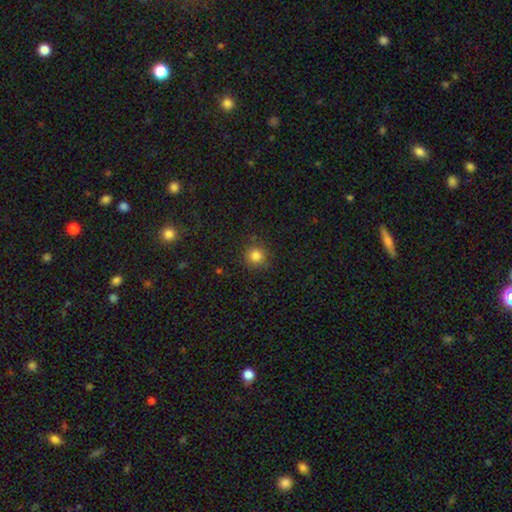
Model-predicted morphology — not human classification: This appears to be a smooth galaxy with no disk features (83%) that is round (93%). Merging: none (86%).